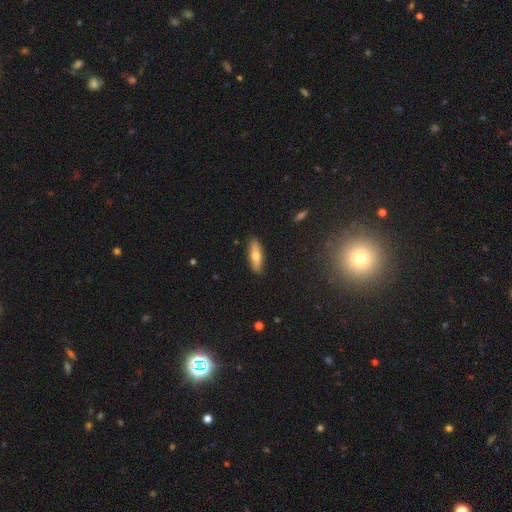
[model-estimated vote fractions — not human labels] A smooth galaxy with no disk features (61%) that is cigar-shaped (52%).

Vote fractions:
- Smooth or featured? smooth: 61% / featured or disk: 33% / star or artifact: 7%
- How rounded? cigar-shaped: 52% / in between: 45% / round: 3%
- Merging? none: 89% / minor disturbance: 8% / major disturbance: 2% / merger: 1%